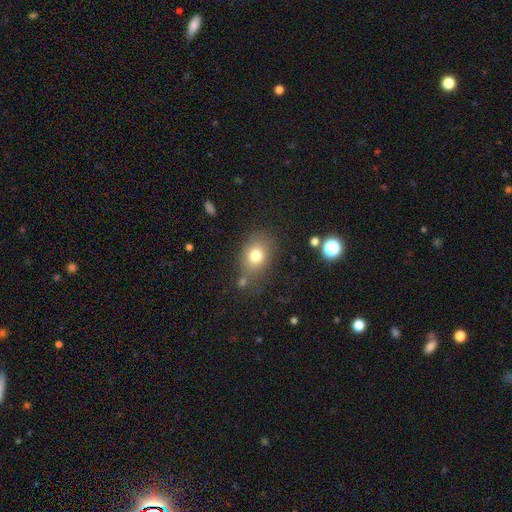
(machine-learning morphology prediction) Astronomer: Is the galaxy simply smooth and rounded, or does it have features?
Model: smooth — 77%.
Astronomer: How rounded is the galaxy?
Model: in between — 63%.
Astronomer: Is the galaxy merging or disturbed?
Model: none — 69%.